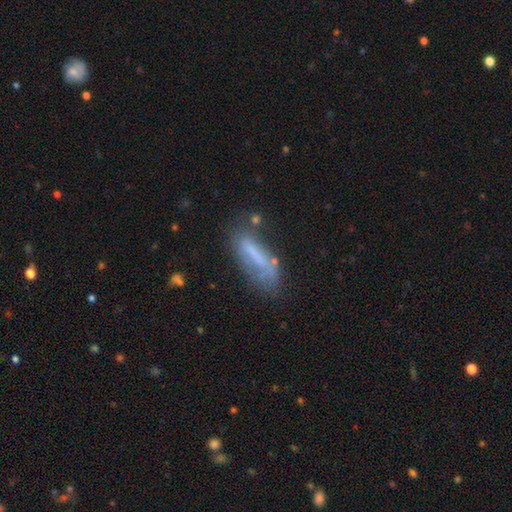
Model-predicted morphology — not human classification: Smooth or featured? Predicted: smooth (p=0.51). How rounded? Predicted: cigar-shaped (p=0.62). Merging? Predicted: none (p=0.54).